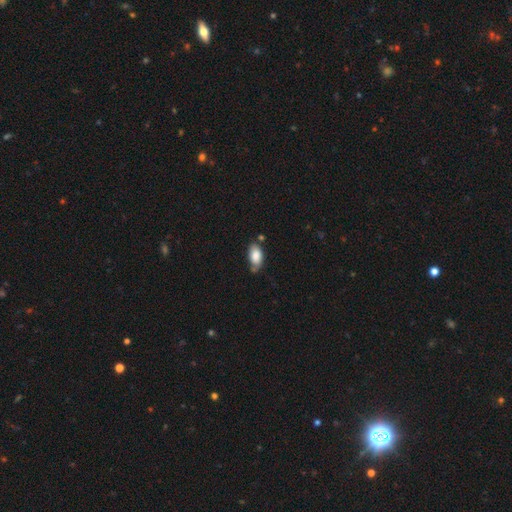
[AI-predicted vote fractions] smooth_or_featured: smooth (p=0.84) [alt: featured or disk p=0.09]
how_rounded: in between (p=0.92) [alt: cigar-shaped p=0.04]
merging: none (p=0.63) [alt: minor disturbance p=0.25]